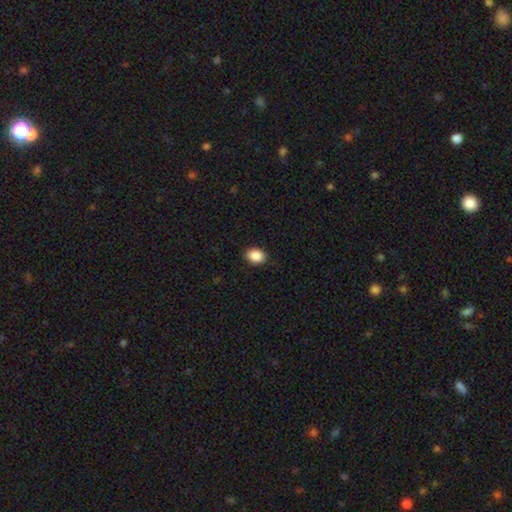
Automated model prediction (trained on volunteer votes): Smooth or featured?
  - smooth: 89% *
  - star or artifact: 8%
  - featured or disk: 3%
How rounded?
  - in between: 65% *
  - round: 34%
  - cigar-shaped: 1%
Merging?
  - none: 89% *
  - minor disturbance: 8%
  - major disturbance: 2%
  - merger: 1%